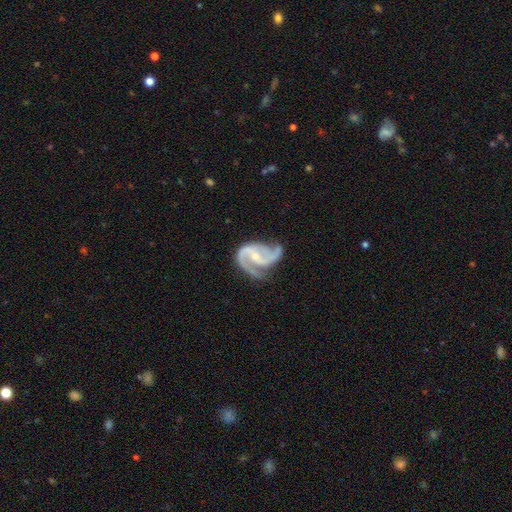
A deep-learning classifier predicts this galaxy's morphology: featured or disk 92%, star or artifact 4%, smooth 4%. Down the decision tree: edge-on disk — no (98%); bar — no (40%); spiral arms — yes (98%); spiral arm count — 2 (74%); spiral winding — medium (57%); bulge size — small (70%); merging — none (52%).